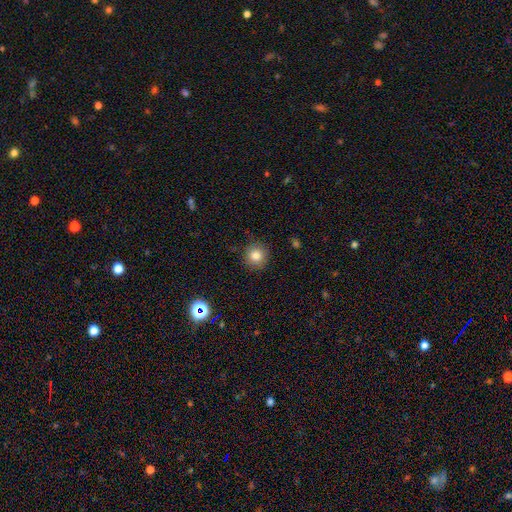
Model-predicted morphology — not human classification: Smooth or featured: smooth — 82% (star or artifact — 12%)
How rounded: round — 93% (in between — 6%)
Merging: none — 87% (minor disturbance — 9%)